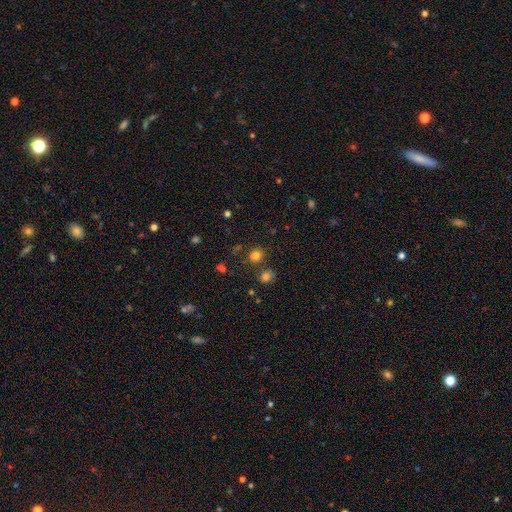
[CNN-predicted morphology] smooth 76%, star or artifact 18%, featured or disk 6%. Down the decision tree: how rounded — round (75%); merging — none (74%).